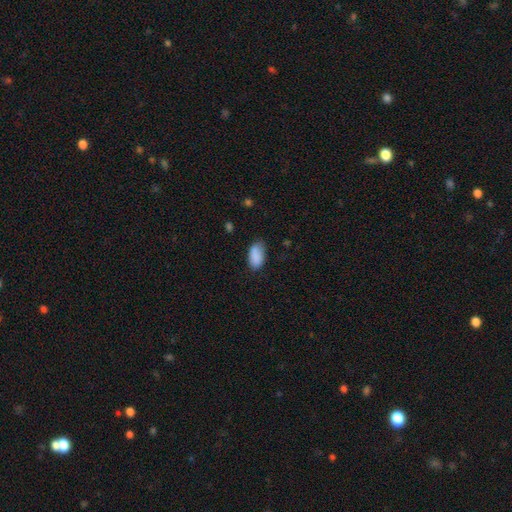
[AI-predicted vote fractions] smooth-or-featured: smooth: 88% | star or artifact: 7% | featured or disk: 5%
  how-rounded: in between: 94% | cigar-shaped: 3% | round: 3%
  merging: none: 73% | minor disturbance: 22% | major disturbance: 4% | merger: 2%